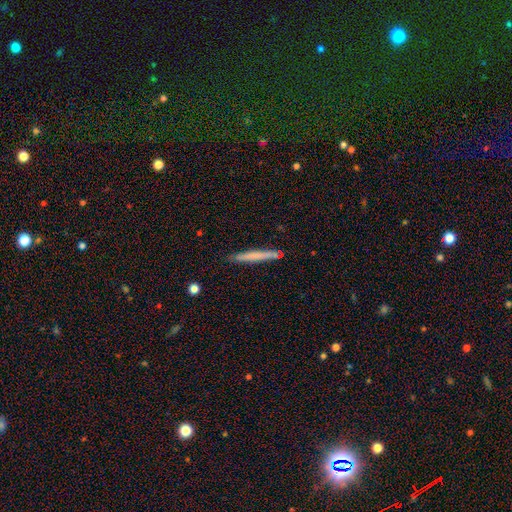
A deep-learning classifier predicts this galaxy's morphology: This is likely a smooth galaxy (66%). How rounded: clearly cigar-shaped (97%). Merging: clearly none (88%).